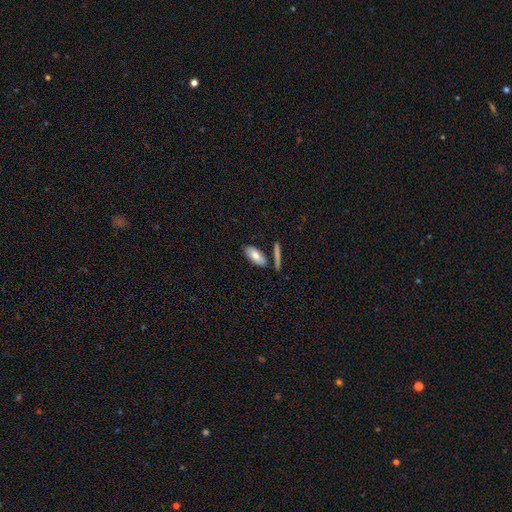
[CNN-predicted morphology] The model was most divided on "merging": none: 75%, minor disturbance: 13%, merger: 10%, major disturbance: 3%. More confident: how rounded — in between (85%); smooth or featured — smooth (78%).